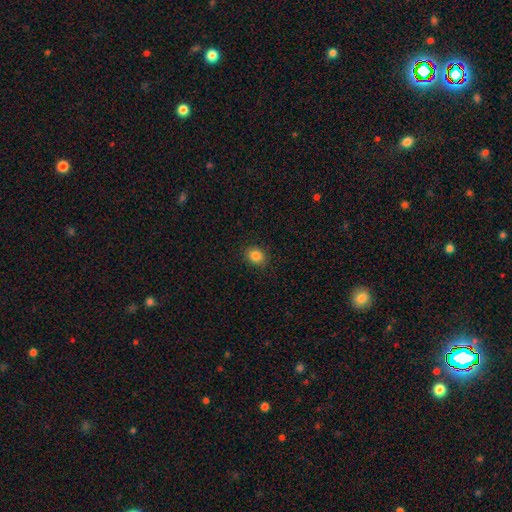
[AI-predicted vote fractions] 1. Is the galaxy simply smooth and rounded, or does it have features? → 85% smooth, 10% star or artifact, 5% featured or disk.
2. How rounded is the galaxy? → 59% round, 40% in between, 1% cigar-shaped.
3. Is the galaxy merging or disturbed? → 88% none, 8% minor disturbance, 2% major disturbance, 1% merger.